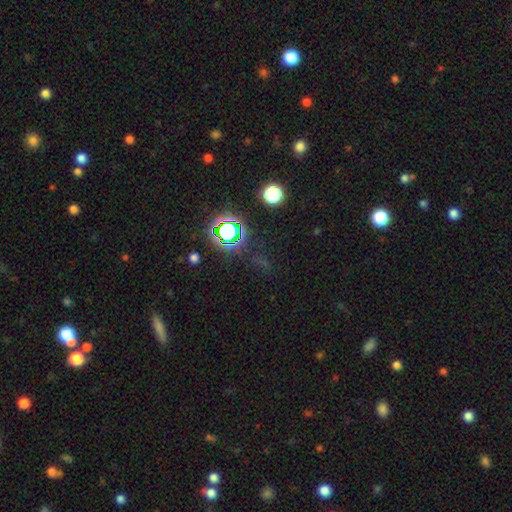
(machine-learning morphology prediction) Smooth or featured? star or artifact (69%)